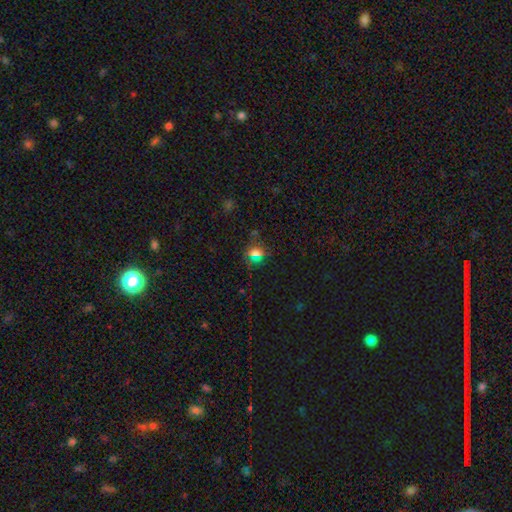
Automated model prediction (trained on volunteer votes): This appears to be a smooth galaxy with no disk features (53%) that is round (65%). Merging: none (77%).